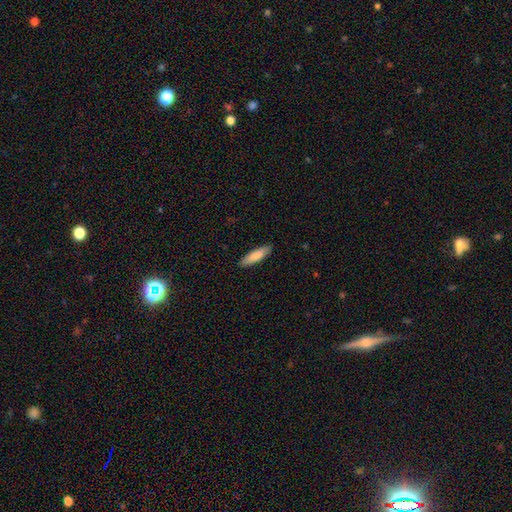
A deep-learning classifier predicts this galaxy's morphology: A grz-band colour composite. It shows a smooth galaxy with no disk features (85%) that is cigar-shaped (63%). Merging: none (88%).